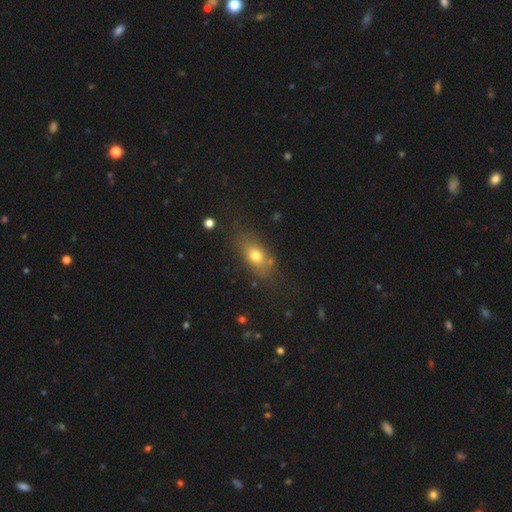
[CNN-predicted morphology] The model was most divided on "smooth or featured": smooth: 72%, featured or disk: 16%, star or artifact: 12%. More confident: how rounded — in between (74%); merging — none (73%).